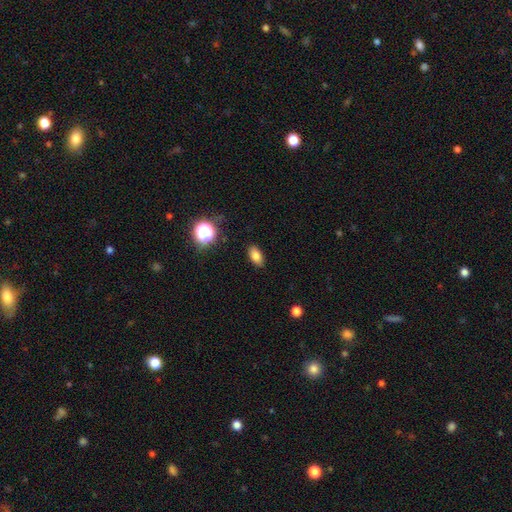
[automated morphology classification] Smooth or featured? smooth (80%)
How rounded? in between (89%)
Merging? none (88%)